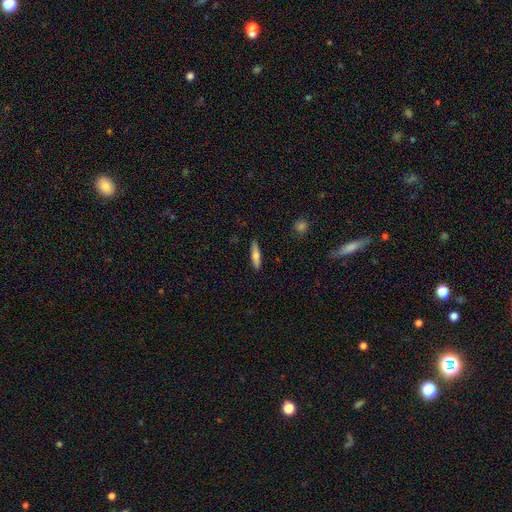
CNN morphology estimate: smooth_or_featured: smooth (p=0.68) [alt: featured or disk p=0.26]
how_rounded: cigar-shaped (p=0.73) [alt: in between p=0.25]
merging: none (p=0.88) [alt: minor disturbance p=0.09]